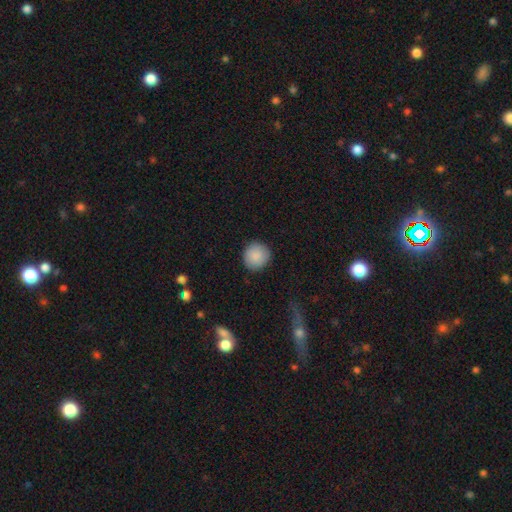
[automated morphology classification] smooth-or-featured: smooth: 88% | star or artifact: 7% | featured or disk: 5%
  how-rounded: round: 93% | in between: 6% | cigar-shaped: 1%
  merging: none: 89% | minor disturbance: 8% | major disturbance: 2% | merger: 1%